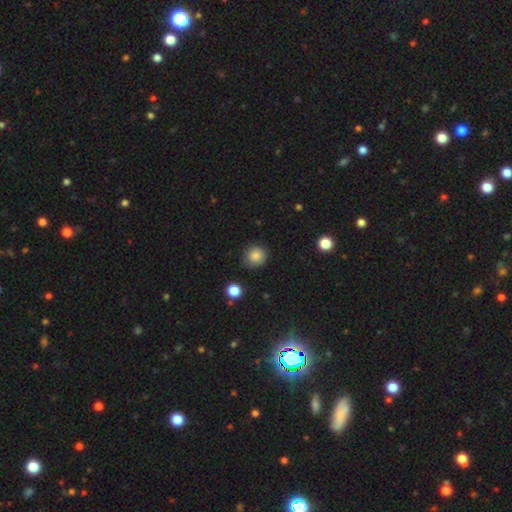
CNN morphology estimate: smooth_or_featured: smooth (p=0.85) [alt: star or artifact p=0.10]
how_rounded: round (p=0.90) [alt: in between p=0.09]
merging: none (p=0.86) [alt: minor disturbance p=0.10]